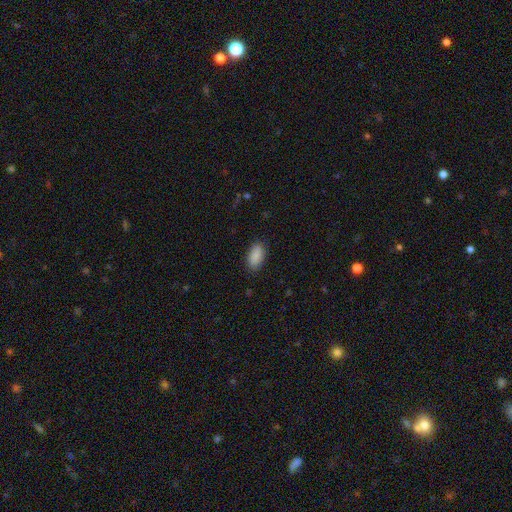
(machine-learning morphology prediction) A smooth galaxy with no disk features (89%) that is in between round and cigar-shaped (93%).

Vote fractions:
- Smooth or featured? smooth: 89% / star or artifact: 7% / featured or disk: 5%
- How rounded? in between: 93% / cigar-shaped: 4% / round: 3%
- Merging? none: 86% / minor disturbance: 10% / major disturbance: 3% / merger: 1%